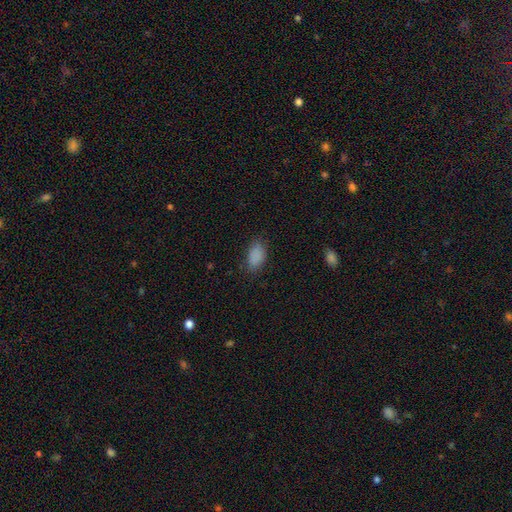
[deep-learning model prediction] This appears to be a smooth galaxy with no disk features (86%) that is in between round and cigar-shaped (91%). Merging: none (78%).